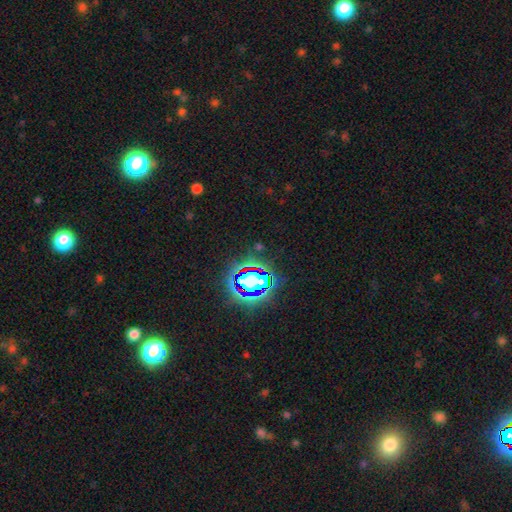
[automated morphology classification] star or artifact 77%, smooth 14%, featured or disk 9%.